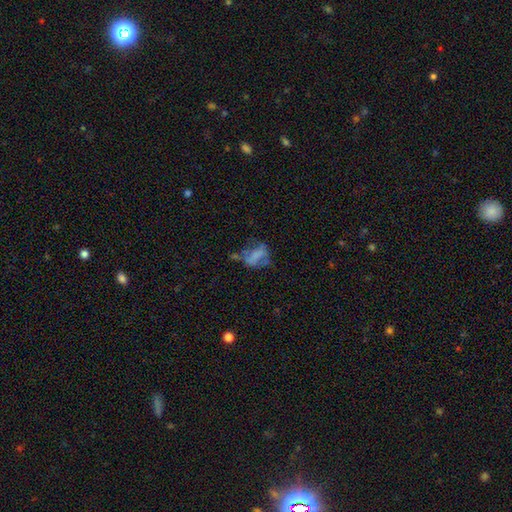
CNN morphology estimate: Overall: smooth (46%; featured or disk 40%). Merging: major disturbance (34%; none 32%).